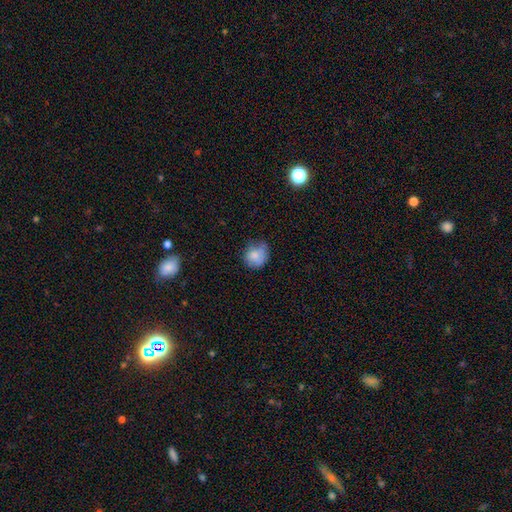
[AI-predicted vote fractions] smooth 80%, featured or disk 10%, star or artifact 9%. Down the decision tree: how rounded — round (81%); merging — none (60%).